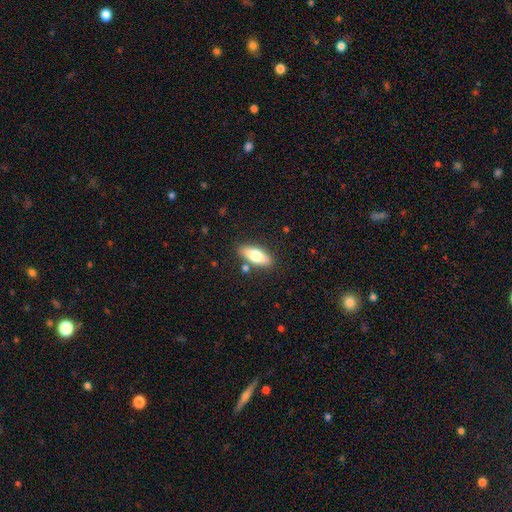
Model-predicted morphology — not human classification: smooth_or_featured: smooth (p=0.69) [alt: featured or disk p=0.25]
how_rounded: in between (p=0.70) [alt: cigar-shaped p=0.27]
merging: none (p=0.82) [alt: minor disturbance p=0.11]